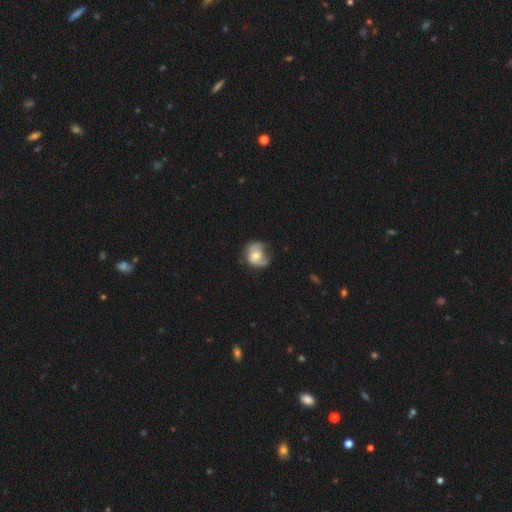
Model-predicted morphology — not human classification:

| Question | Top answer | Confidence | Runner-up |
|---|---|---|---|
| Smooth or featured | featured or disk | 54% | smooth (39%) |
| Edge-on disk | no | 97% | yes (3%) |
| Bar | no | 69% | weak (26%) |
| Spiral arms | yes | 80% | no (20%) |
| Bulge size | moderate | 63% | small (27%) |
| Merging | none | 49% | minor disturbance (32%) |